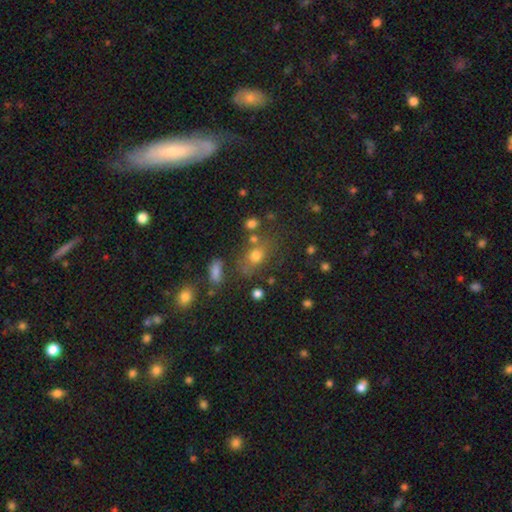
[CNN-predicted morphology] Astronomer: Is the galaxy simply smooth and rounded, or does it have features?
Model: smooth — 70%.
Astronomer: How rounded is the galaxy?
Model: in between — 55% (runner-up: round, 42%).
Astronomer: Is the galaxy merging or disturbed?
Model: none — 61%.